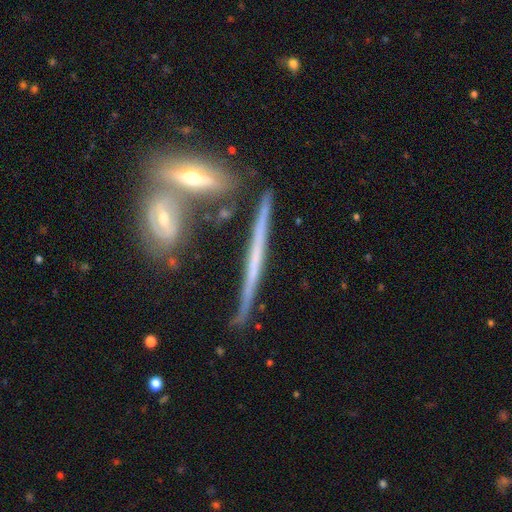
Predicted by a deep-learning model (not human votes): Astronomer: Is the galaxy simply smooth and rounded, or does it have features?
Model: featured or disk — 68%.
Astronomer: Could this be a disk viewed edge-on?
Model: yes — 94%.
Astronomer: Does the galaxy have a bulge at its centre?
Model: none — 76%.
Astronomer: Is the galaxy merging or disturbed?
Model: none — 77%.